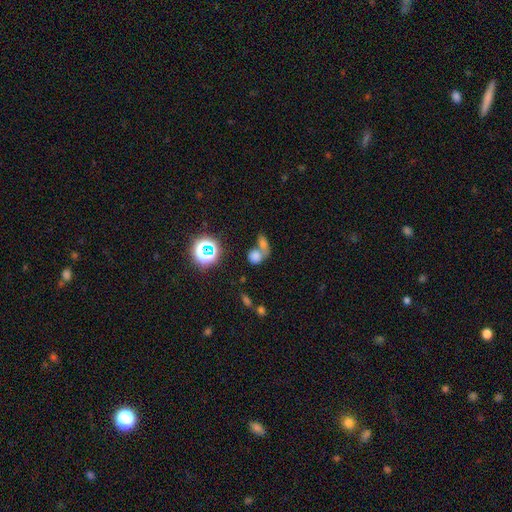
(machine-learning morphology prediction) This is likely a smooth galaxy (68%). How rounded: likely round (60%). Merging: possibly merger (58%).